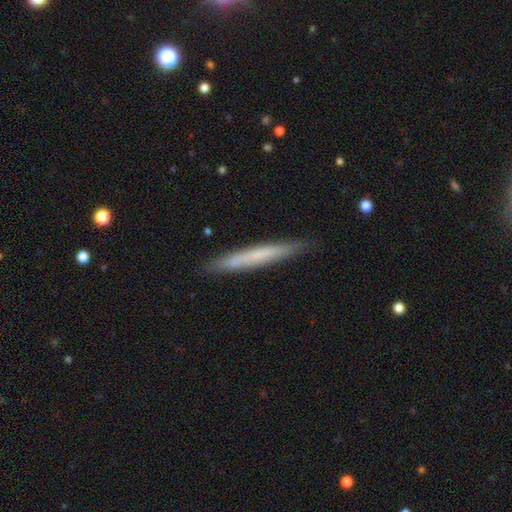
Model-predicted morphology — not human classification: A smooth galaxy with no disk features (58%) that is cigar-shaped (96%). Merging: none (88%).